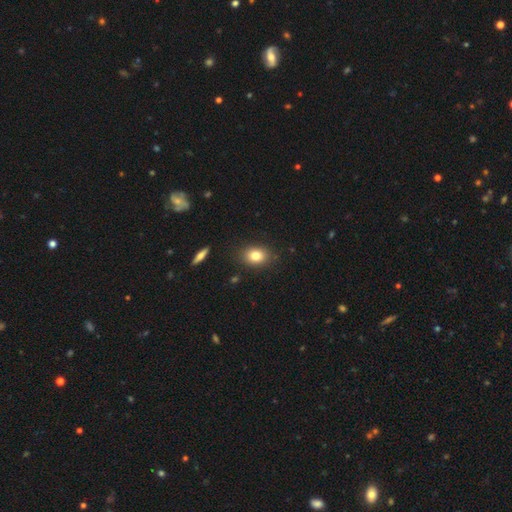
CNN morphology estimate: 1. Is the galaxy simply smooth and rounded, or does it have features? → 81% smooth, 10% star or artifact, 9% featured or disk.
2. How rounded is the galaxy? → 64% in between, 34% round, 1% cigar-shaped.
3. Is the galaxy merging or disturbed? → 88% none, 9% minor disturbance, 2% major disturbance, 2% merger.